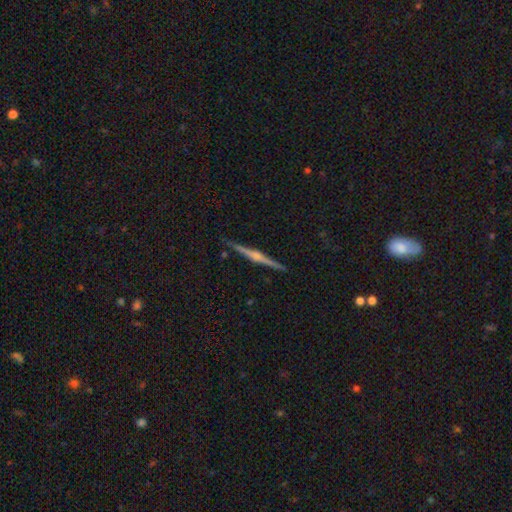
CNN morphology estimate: A featured or disk galaxy (74%) viewed edge-on (97%) with a rounded central bulge (72%). Merging: none (90%).